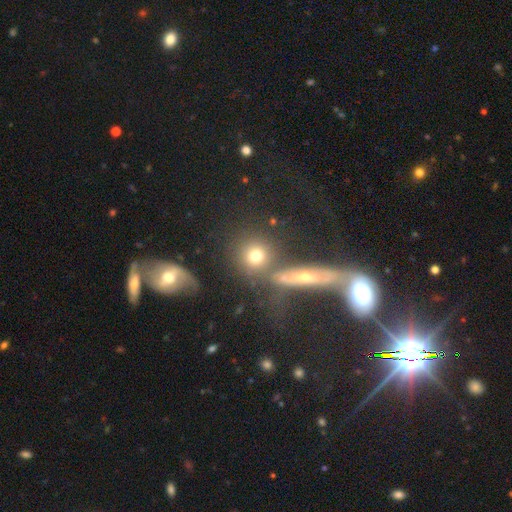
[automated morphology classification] The model was most divided on "merging": none: 64%, merger: 20%, minor disturbance: 10%, major disturbance: 6%. More confident: how rounded — round (84%); smooth or featured — smooth (69%).